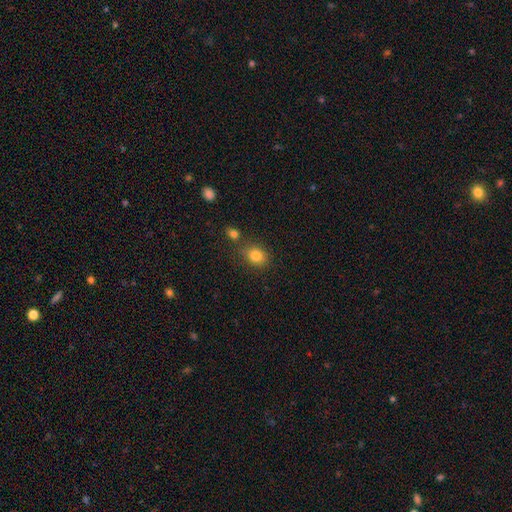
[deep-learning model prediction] smooth 83%, star or artifact 11%, featured or disk 6%. Down the decision tree: how rounded — round (56%); merging — none (72%).